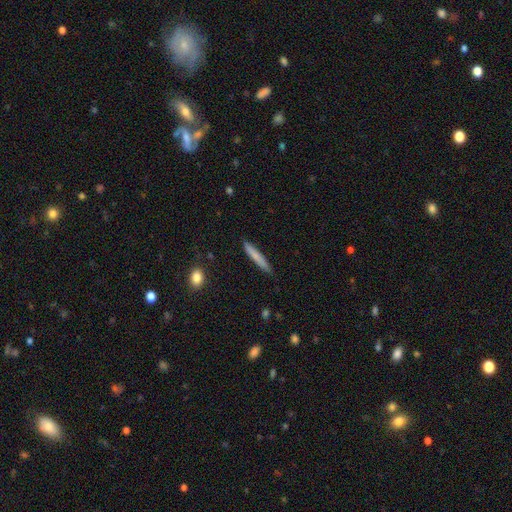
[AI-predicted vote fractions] Smooth or featured: smooth — 72% (featured or disk — 22%)
How rounded: cigar-shaped — 94% (in between — 5%)
Merging: none — 87% (minor disturbance — 10%)